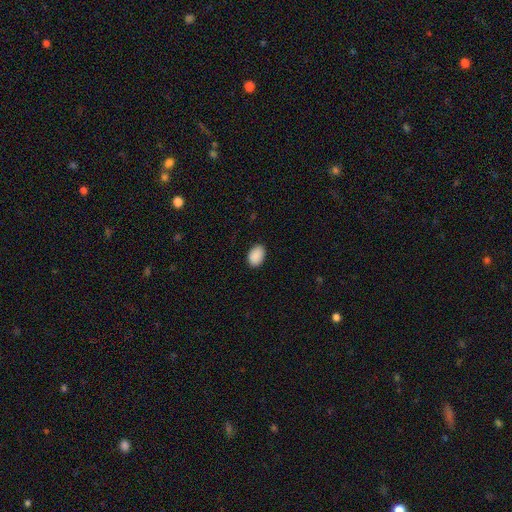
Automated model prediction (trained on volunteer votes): smooth-or-featured: smooth: 91% | star or artifact: 7% | featured or disk: 2%
  how-rounded: in between: 85% | round: 14% | cigar-shaped: 1%
  merging: none: 88% | minor disturbance: 9% | major disturbance: 2% | merger: 1%